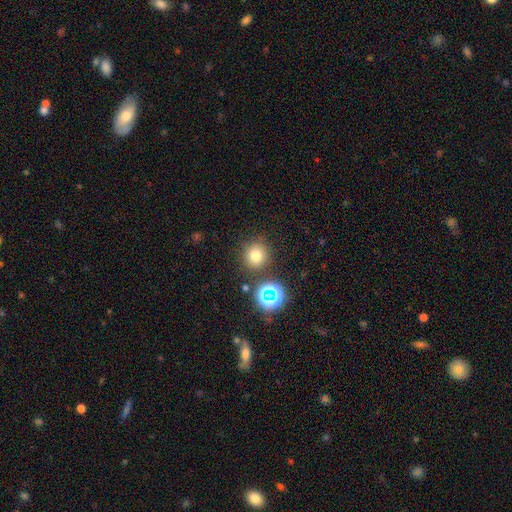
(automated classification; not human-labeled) A smooth galaxy with no disk features (73%) that is round (90%). Merging: none (82%).